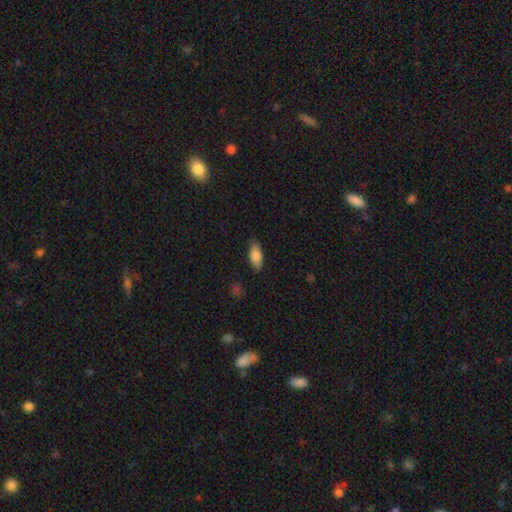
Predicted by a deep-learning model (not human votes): Smooth or featured: smooth — 83% (featured or disk — 10%)
How rounded: in between — 83% (cigar-shaped — 15%)
Merging: none — 84% (minor disturbance — 12%)